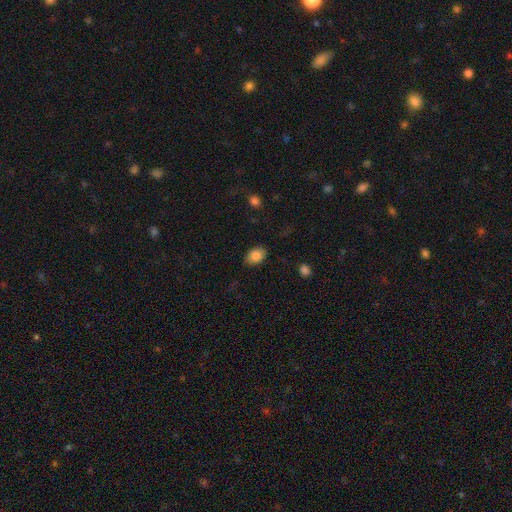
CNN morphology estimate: smooth-or-featured: smooth: 84% | star or artifact: 8% | featured or disk: 8%
  how-rounded: in between: 78% | round: 21% | cigar-shaped: 1%
  merging: none: 86% | minor disturbance: 10% | major disturbance: 3% | merger: 1%